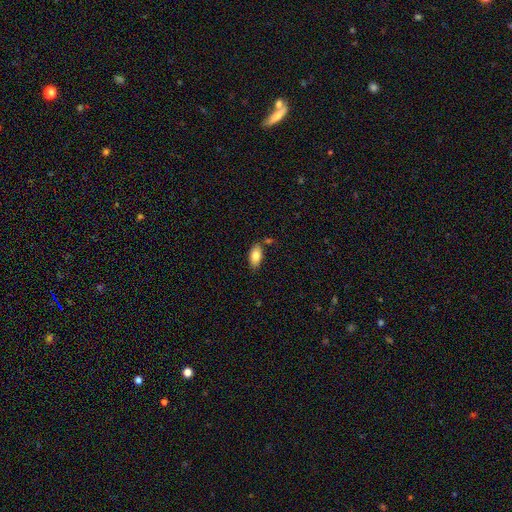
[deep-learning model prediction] A smooth galaxy with no disk features (83%) that is in between round and cigar-shaped (92%). Merging: none (74%).